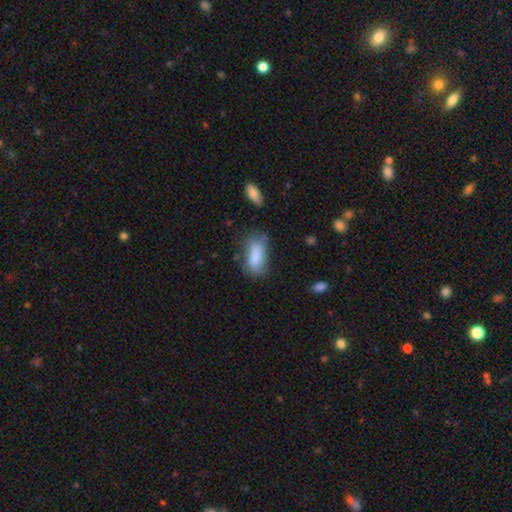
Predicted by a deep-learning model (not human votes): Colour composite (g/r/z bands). It shows a smooth galaxy with no disk features (80%) that is in between round and cigar-shaped (84%). Merging: none (51%).